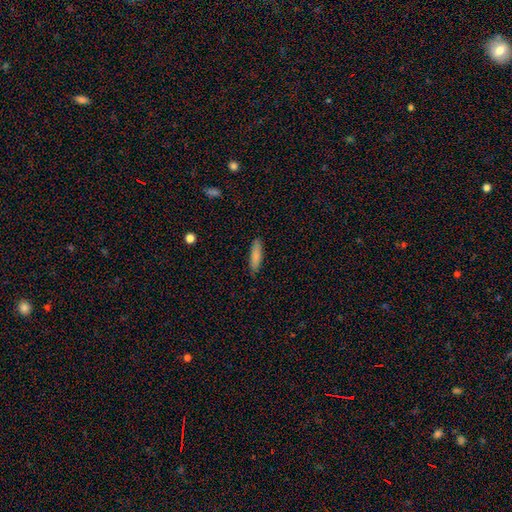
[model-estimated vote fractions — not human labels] Smooth or featured?
  - smooth: 84% *
  - featured or disk: 9%
  - star or artifact: 6%
How rounded?
  - cigar-shaped: 71% *
  - in between: 28%
  - round: 1%
Merging?
  - none: 87% *
  - minor disturbance: 10%
  - major disturbance: 2%
  - merger: 1%